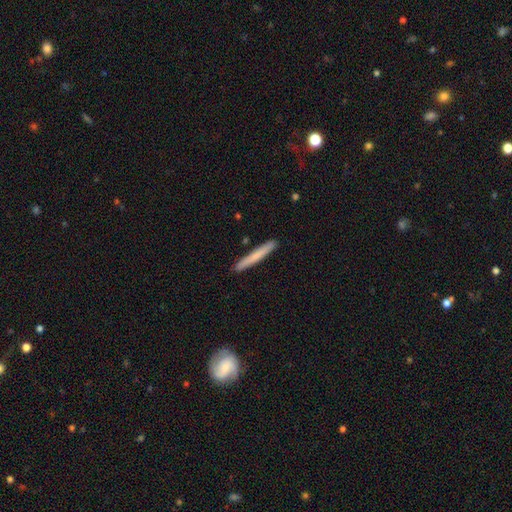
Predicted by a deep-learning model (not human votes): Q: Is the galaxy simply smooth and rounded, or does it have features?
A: smooth — 70%.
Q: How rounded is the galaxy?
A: cigar-shaped — 97%.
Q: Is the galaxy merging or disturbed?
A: none — 91%.